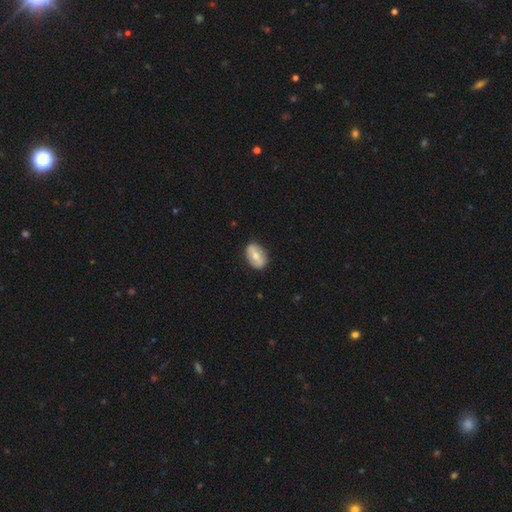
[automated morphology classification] smooth 52%, featured or disk 42%, star or artifact 6%. Down the decision tree: how rounded — in between (81%); merging — none (85%).